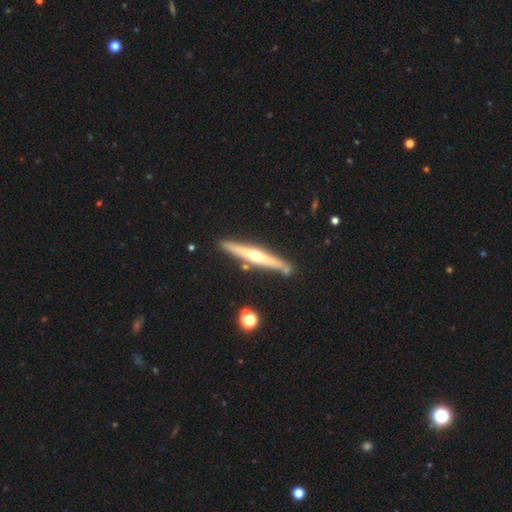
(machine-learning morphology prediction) A featured or disk galaxy (65%) viewed edge-on (95%) with a rounded central bulge (85%). Merging: none (83%).